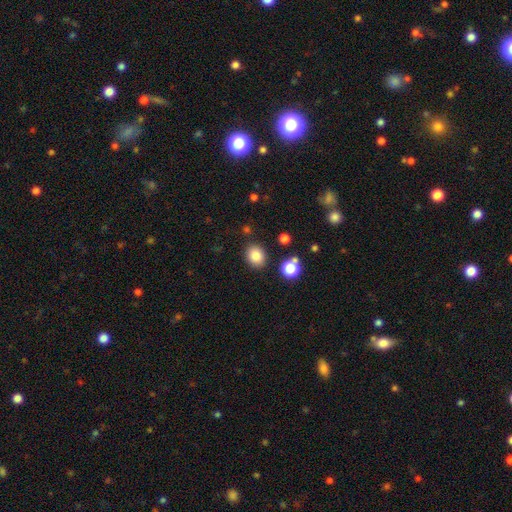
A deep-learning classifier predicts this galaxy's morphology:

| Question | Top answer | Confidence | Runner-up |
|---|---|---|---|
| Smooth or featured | smooth | 84% | star or artifact (11%) |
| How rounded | round | 58% | in between (41%) |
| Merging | none | 85% | minor disturbance (9%) |